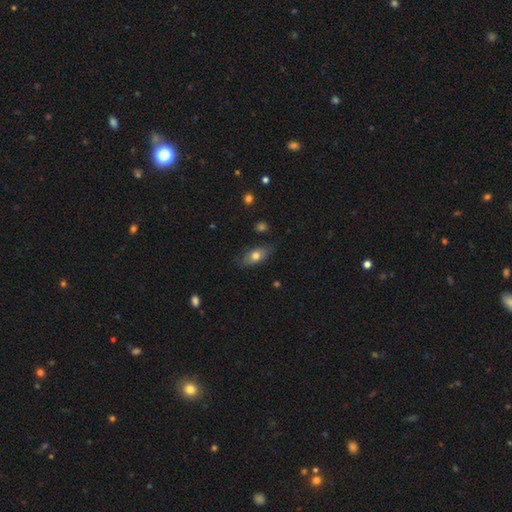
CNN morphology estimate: Q: Smooth or featured?
A: smooth (70%); runner-up: featured or disk (23%)
Q: How rounded?
A: in between (83%); runner-up: cigar-shaped (11%)
Q: Merging?
A: none (77%); runner-up: minor disturbance (18%)